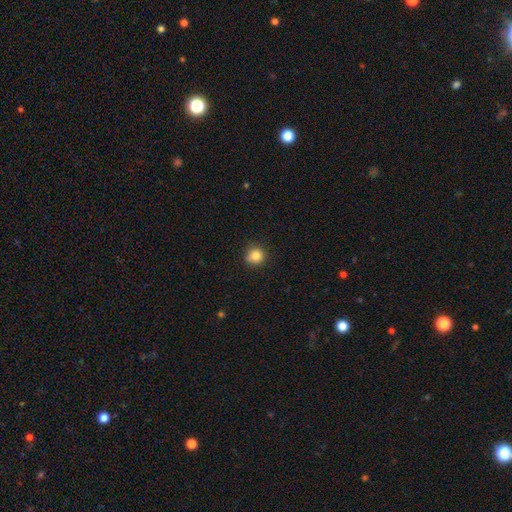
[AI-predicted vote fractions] Q: Smooth or featured?
A: smooth (84%); runner-up: star or artifact (11%)
Q: How rounded?
A: round (89%); runner-up: in between (10%)
Q: Merging?
A: none (79%); runner-up: minor disturbance (17%)